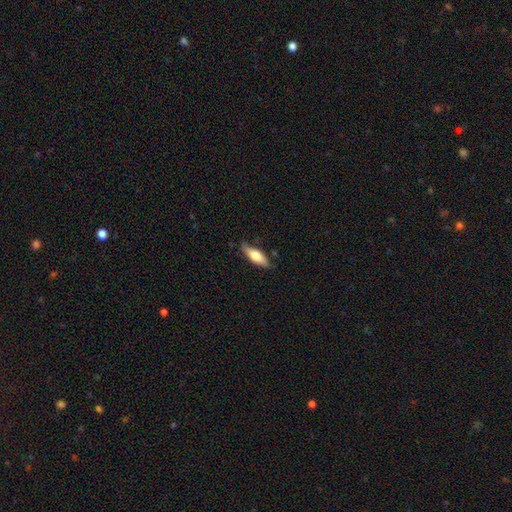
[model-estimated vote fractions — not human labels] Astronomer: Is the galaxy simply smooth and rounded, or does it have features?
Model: smooth — 65%.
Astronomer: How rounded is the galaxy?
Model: in between — 57% (runner-up: cigar-shaped, 40%).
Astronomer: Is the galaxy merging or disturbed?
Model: none — 77%.